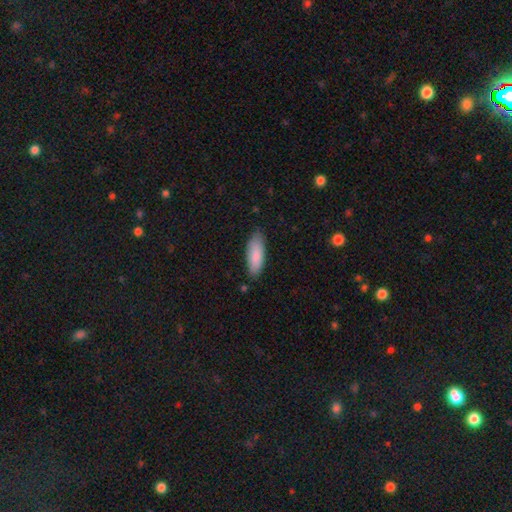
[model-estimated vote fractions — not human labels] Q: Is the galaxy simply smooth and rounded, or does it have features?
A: smooth — 86%.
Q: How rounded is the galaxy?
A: in between — 69%.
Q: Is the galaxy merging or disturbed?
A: none — 80%.